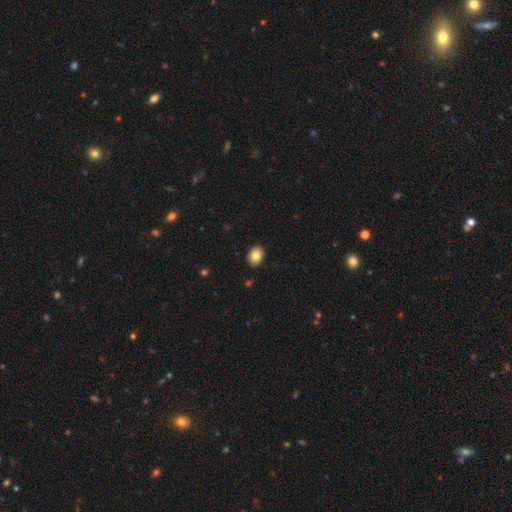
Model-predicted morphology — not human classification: Smooth or featured: smooth — 83% (featured or disk — 9%)
How rounded: in between — 67% (round — 32%)
Merging: none — 90% (minor disturbance — 8%)